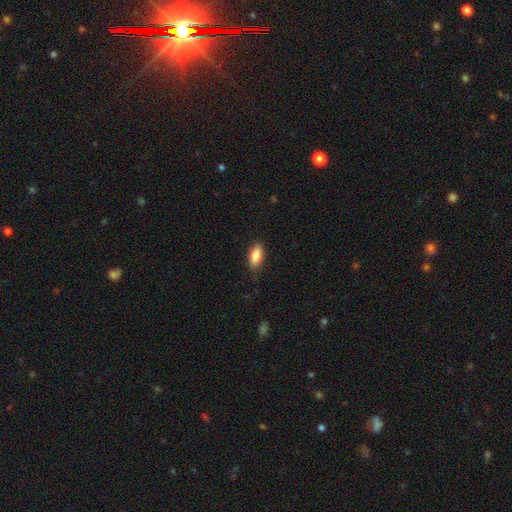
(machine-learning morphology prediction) Overall: smooth (85%). How rounded: in between (86%). Merging: none (82%).